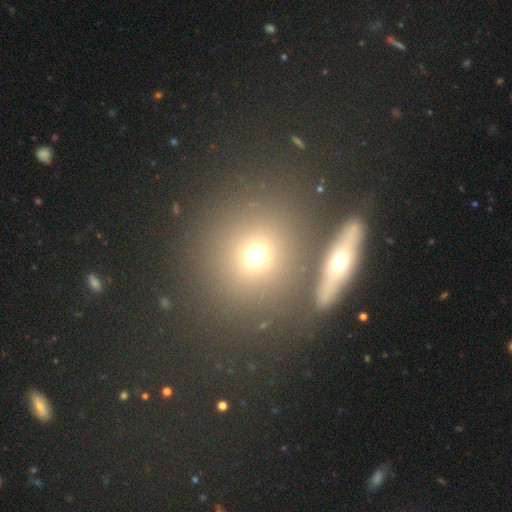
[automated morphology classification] This appears to be a smooth galaxy with no disk features (65%) that is round (82%). Merging: none (71%).